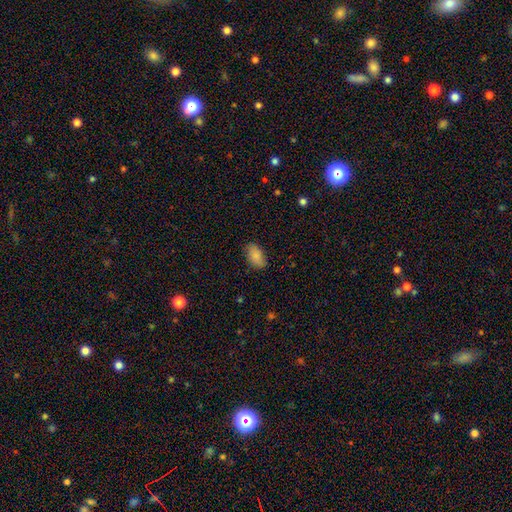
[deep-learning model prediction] This appears to be a smooth galaxy with no disk features (84%) that is in between round and cigar-shaped (93%). Merging: none (80%).